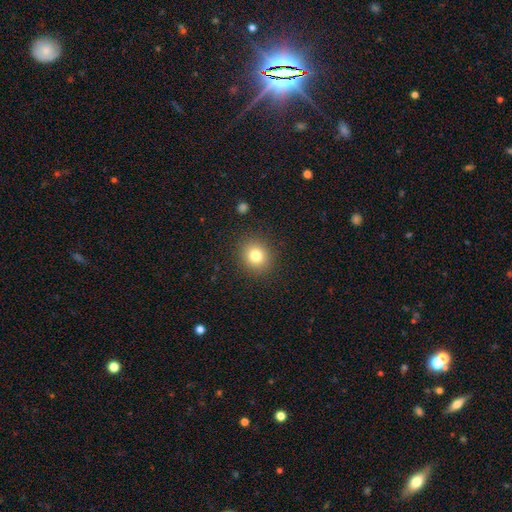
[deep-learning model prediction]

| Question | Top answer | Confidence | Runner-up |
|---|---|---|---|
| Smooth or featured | smooth | 79% | star or artifact (12%) |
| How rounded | round | 79% | in between (21%) |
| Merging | none | 89% | minor disturbance (7%) |